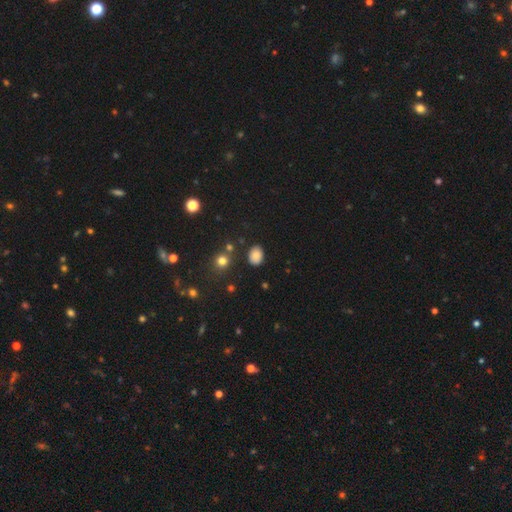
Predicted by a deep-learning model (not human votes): The model was most divided on "how rounded": in between: 67%, round: 31%, cigar-shaped: 1%. More confident: merging — none (83%); smooth or featured — smooth (82%).